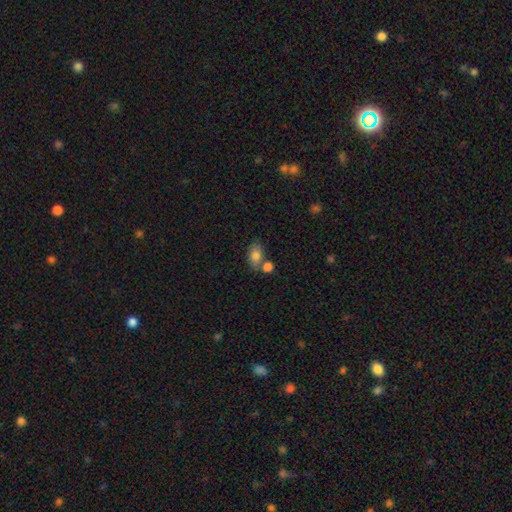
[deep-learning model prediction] Smooth or featured? smooth (81%)
How rounded? in between (82%)
Merging? none (51%)